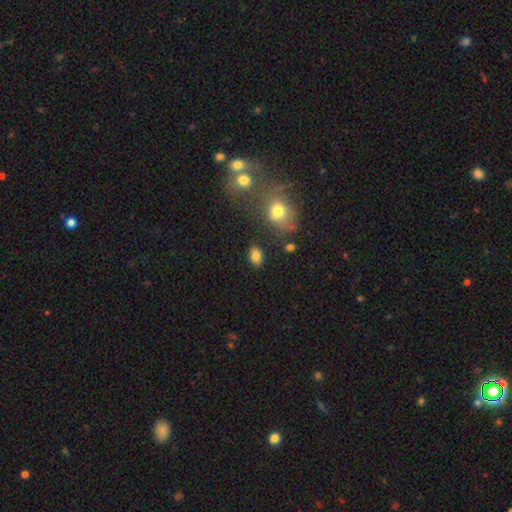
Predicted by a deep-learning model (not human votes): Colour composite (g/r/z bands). It shows a smooth galaxy with no disk features (83%) that is in between round and cigar-shaped (83%). Merging: none (81%).